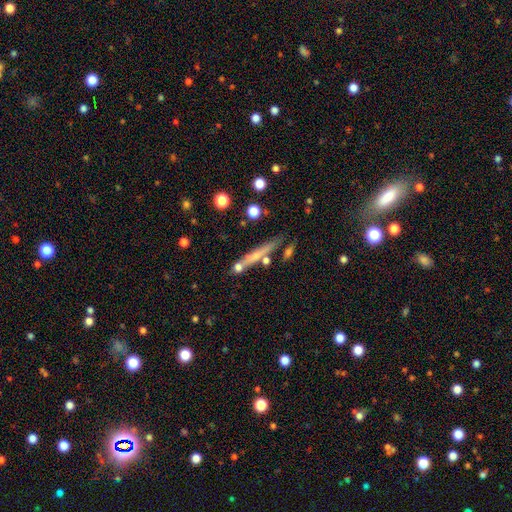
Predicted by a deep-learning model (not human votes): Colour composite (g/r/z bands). It shows a smooth galaxy with no disk features (49%). Merging: none (72%).